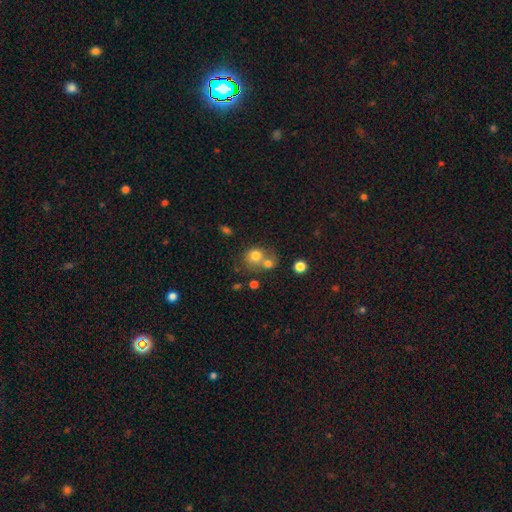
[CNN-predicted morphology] This appears to be a smooth galaxy with no disk features (75%) that is round (75%). Merging: merger (49%).